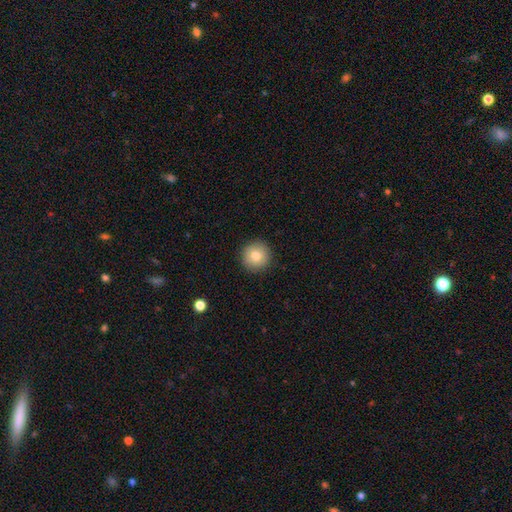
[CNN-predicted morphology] Smooth or featured: smooth — 81% (featured or disk — 10%)
How rounded: round — 95% (in between — 4%)
Merging: none — 92% (minor disturbance — 6%)